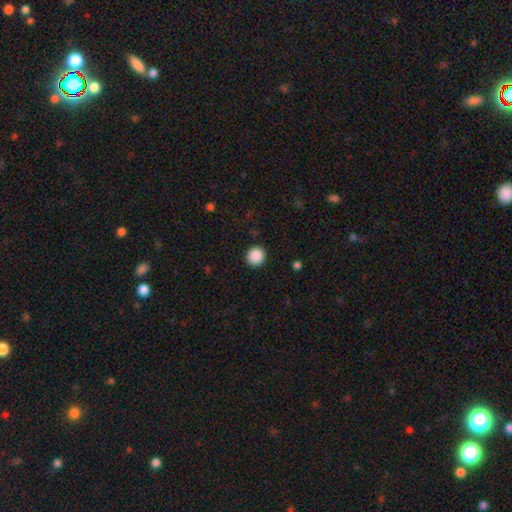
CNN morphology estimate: smooth-or-featured: smooth: 89% | star or artifact: 9% | featured or disk: 2%
  how-rounded: round: 92% | in between: 7% | cigar-shaped: 1%
  merging: none: 92% | minor disturbance: 5% | major disturbance: 2% | merger: 1%